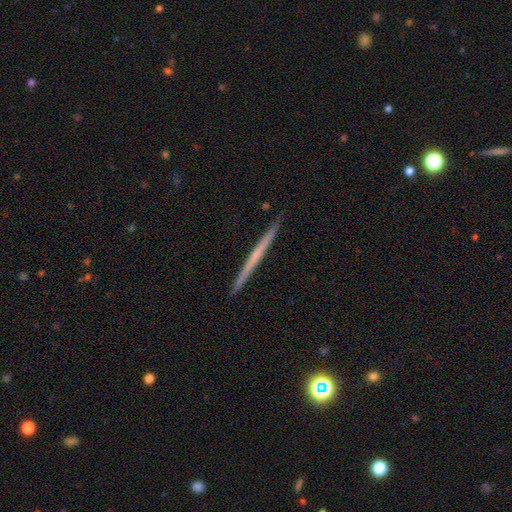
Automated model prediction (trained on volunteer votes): Smooth or featured? Predicted: featured or disk (p=0.57). Edge-on disk? Predicted: yes (p=0.98). Edge-on bulge? Predicted: none (p=0.88). Merging? Predicted: none (p=0.93).